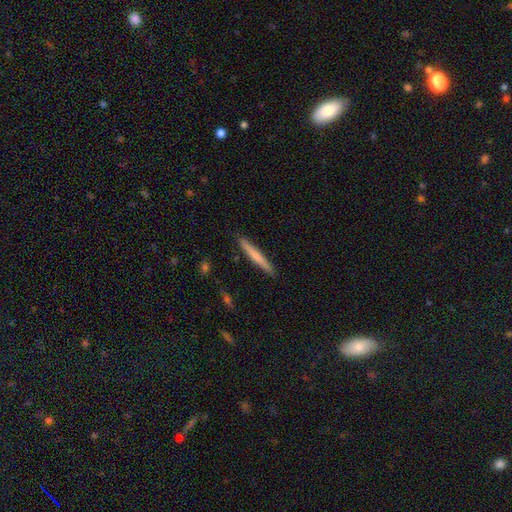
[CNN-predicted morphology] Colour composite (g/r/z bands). It shows a smooth galaxy with no disk features (62%) that is cigar-shaped (96%). Merging: none (90%).